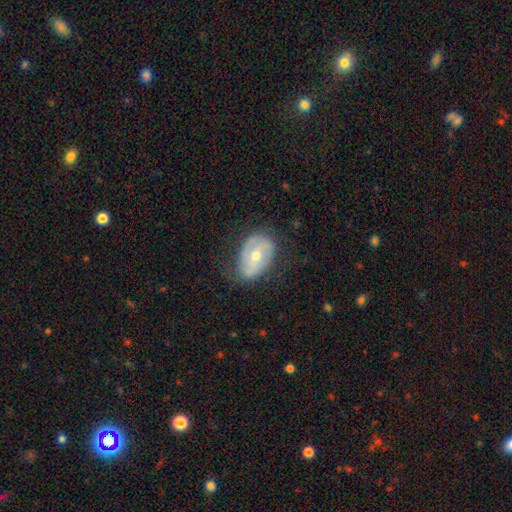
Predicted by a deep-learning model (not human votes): A featured or disk galaxy (62%) with no bar (41%), spiral arms (65%) and a moderate central bulge (56%).

Vote fractions:
- Smooth or featured? featured or disk: 62% / smooth: 31% / star or artifact: 7%
- Edge-on disk? no: 94% / yes: 6%
- Bar? no: 41% / weak: 36% / strong: 22%
- Spiral arms? yes: 65% / no: 35%
- Bulge size? moderate: 56% / small: 41% / large: 2% / none: 1% / dominant: 1%
- Merging? none: 63% / minor disturbance: 26% / major disturbance: 10% / merger: 1%